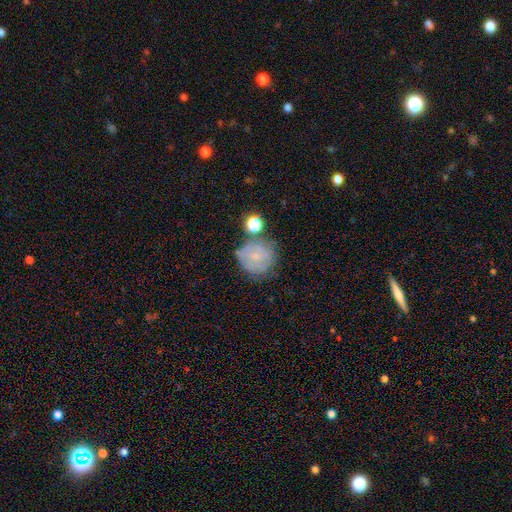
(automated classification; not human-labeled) Smooth or featured: smooth — 45% (featured or disk — 44%)
Merging: none — 59% (minor disturbance — 21%)